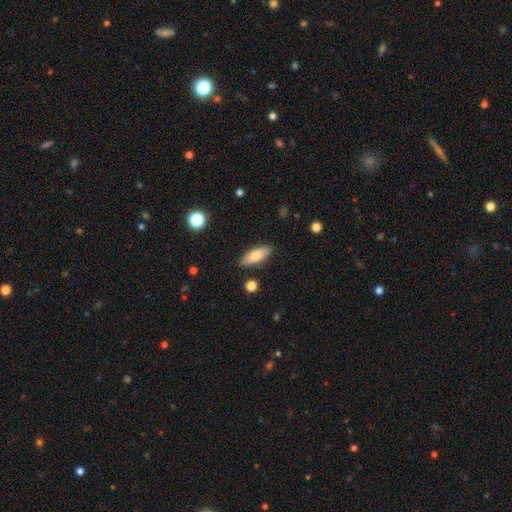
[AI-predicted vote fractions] Q: Smooth or featured?
A: smooth (77%); runner-up: featured or disk (16%)
Q: How rounded?
A: in between (69%); runner-up: cigar-shaped (29%)
Q: Merging?
A: none (87%); runner-up: minor disturbance (10%)